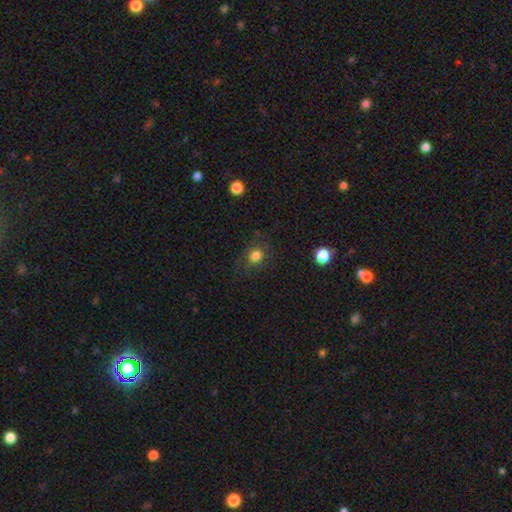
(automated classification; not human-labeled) Smooth or featured: smooth — 81% (star or artifact — 13%)
How rounded: round — 68% (in between — 31%)
Merging: none — 79% (minor disturbance — 14%)